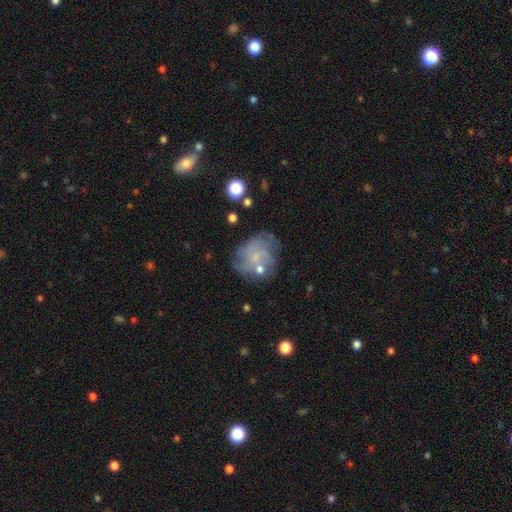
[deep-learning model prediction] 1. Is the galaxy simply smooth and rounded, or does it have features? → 57% featured or disk, 32% smooth, 11% star or artifact.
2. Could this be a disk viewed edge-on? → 97% no, 3% yes.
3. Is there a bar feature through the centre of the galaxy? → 80% no, 18% weak, 3% strong.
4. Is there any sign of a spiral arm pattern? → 68% yes, 32% no.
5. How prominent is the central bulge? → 67% small, 15% none, 15% moderate, 1% large, 1% dominant.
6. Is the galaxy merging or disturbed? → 54% none, 22% minor disturbance, 15% major disturbance, 9% merger.